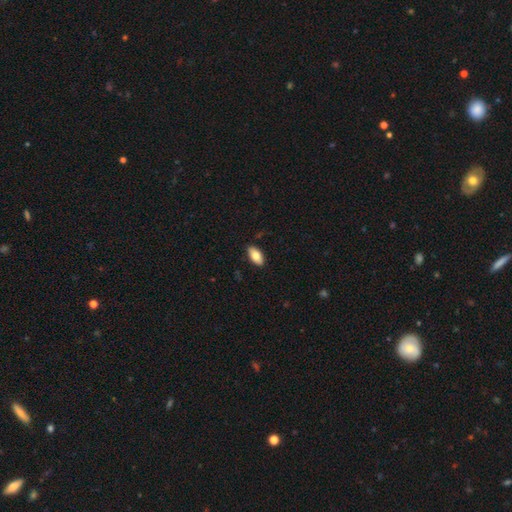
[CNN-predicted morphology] A smooth galaxy with no disk features (79%) that is in between round and cigar-shaped (92%).

Vote fractions:
- Smooth or featured? smooth: 79% / featured or disk: 15% / star or artifact: 6%
- How rounded? in between: 92% / cigar-shaped: 6% / round: 3%
- Merging? none: 88% / minor disturbance: 9% / major disturbance: 2% / merger: 1%